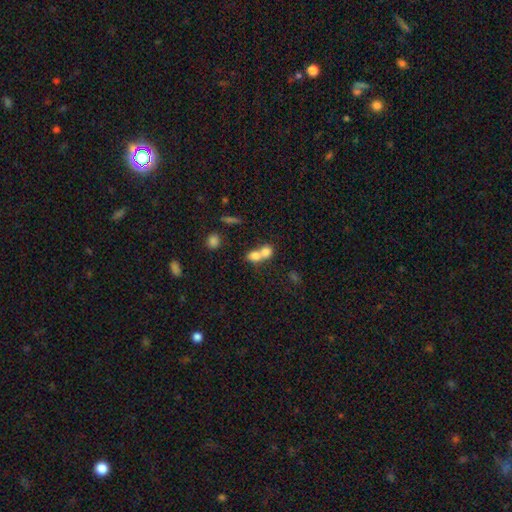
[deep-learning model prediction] smooth 73%, featured or disk 16%, star or artifact 11%. Down the decision tree: how rounded — round (57%); merging — merger (73%).